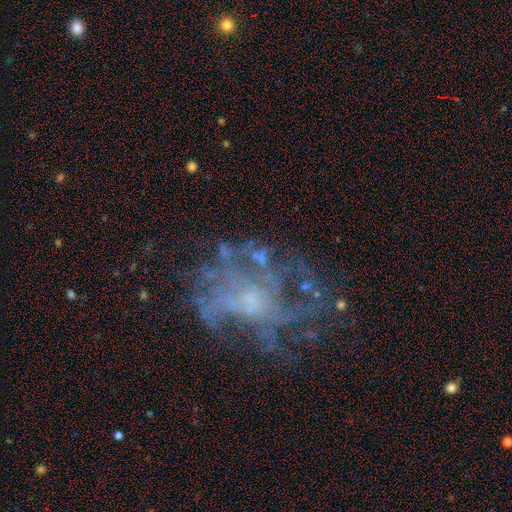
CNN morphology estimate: Smooth or featured? Predicted: featured or disk (p=0.73). Edge-on disk? Predicted: no (p=0.98). Bar? Predicted: no (p=0.78). Spiral arms? Predicted: yes (p=0.60). Bulge size? Predicted: small (p=0.42). Merging? Predicted: none (p=0.46).